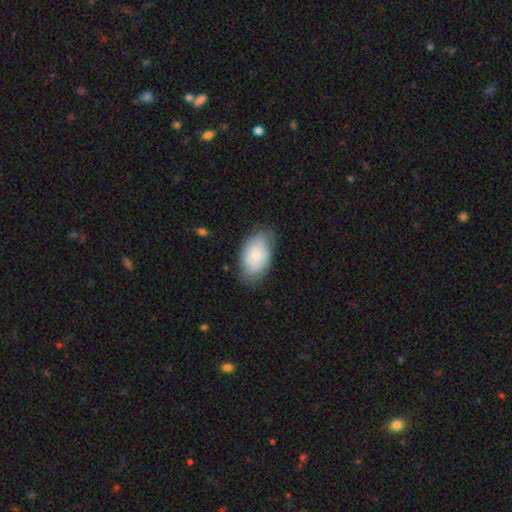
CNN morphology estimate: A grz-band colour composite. It shows a smooth galaxy with no disk features (68%) that is in between round and cigar-shaped (91%). Merging: none (71%).